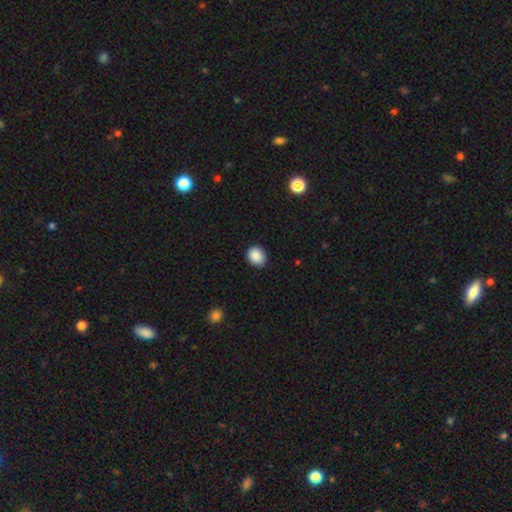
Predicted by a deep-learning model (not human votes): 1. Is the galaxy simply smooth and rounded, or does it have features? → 89% smooth, 8% star or artifact, 3% featured or disk.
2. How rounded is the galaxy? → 62% round, 37% in between, 1% cigar-shaped.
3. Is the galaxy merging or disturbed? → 85% none, 12% minor disturbance, 2% major disturbance, 1% merger.